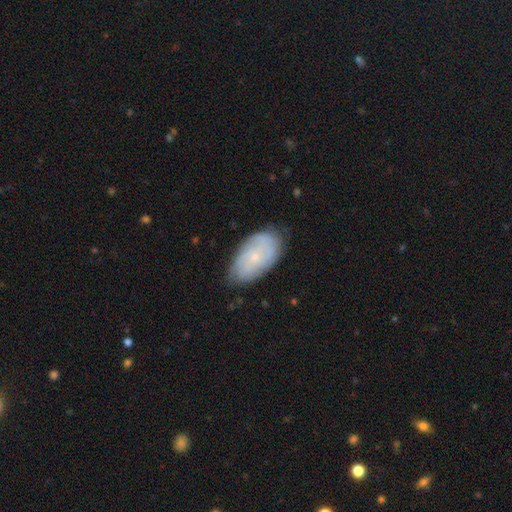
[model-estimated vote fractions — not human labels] Q: Smooth or featured?
A: featured or disk (51%); runner-up: smooth (42%)
Q: Edge-on disk?
A: no (94%); runner-up: yes (6%)
Q: Merging?
A: none (73%); runner-up: minor disturbance (21%)